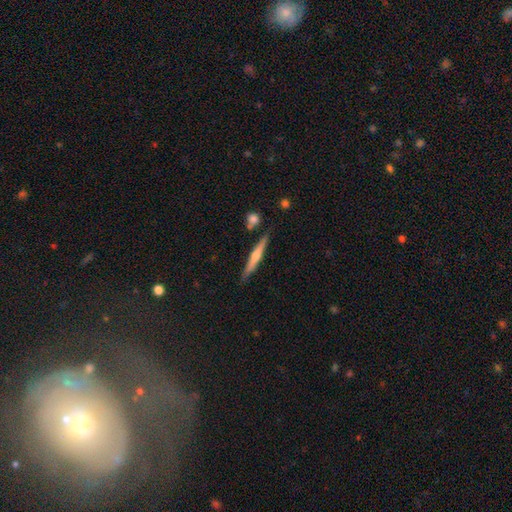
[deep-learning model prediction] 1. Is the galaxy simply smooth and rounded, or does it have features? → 55% featured or disk, 40% smooth, 6% star or artifact.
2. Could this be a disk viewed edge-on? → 96% yes, 4% no.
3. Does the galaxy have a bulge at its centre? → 75% rounded, 18% none, 7% boxy.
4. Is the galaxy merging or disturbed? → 82% none, 11% minor disturbance, 5% merger, 2% major disturbance.